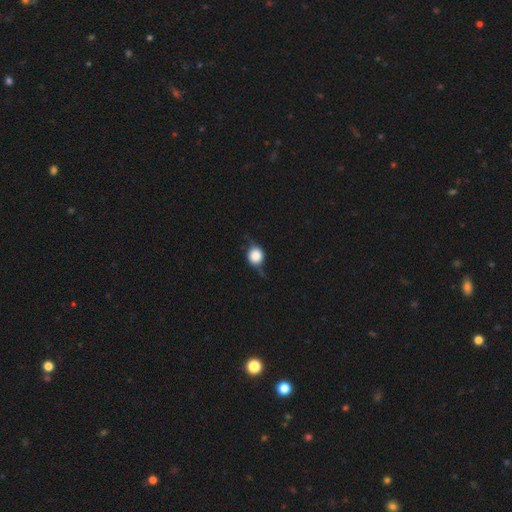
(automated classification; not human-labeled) smooth 56%, featured or disk 33%, star or artifact 11%. Down the decision tree: how rounded — round (83%); merging — none (60%).